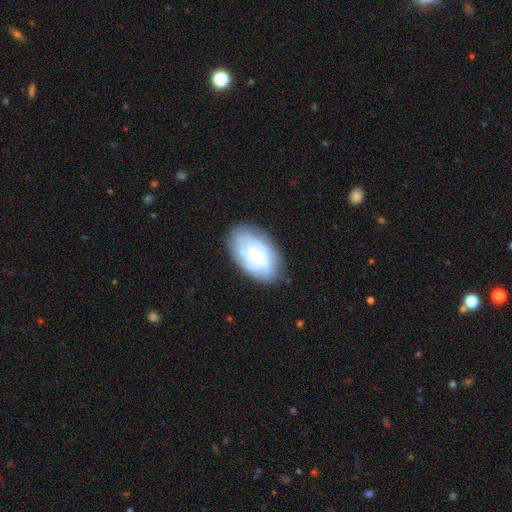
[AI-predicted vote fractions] Morphology: type=featured or disk (57%); edge-on=no (95%); bar=no (72%); spiral arms=yes (79%); bulge=small (60%); merging=none (78%).